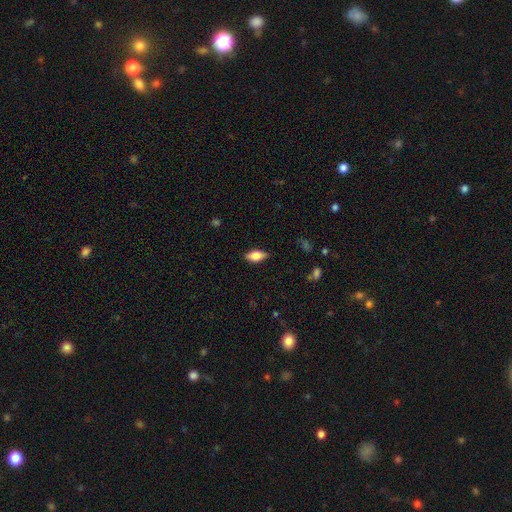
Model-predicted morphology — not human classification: Smooth or featured? Predicted: smooth (p=0.73). How rounded? Predicted: in between (p=0.86). Merging? Predicted: none (p=0.84).